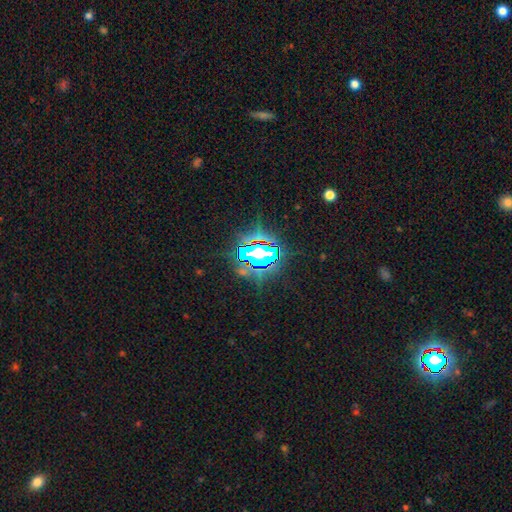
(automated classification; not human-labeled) smooth_or_featured: star or artifact (p=0.79) [alt: smooth p=0.12]